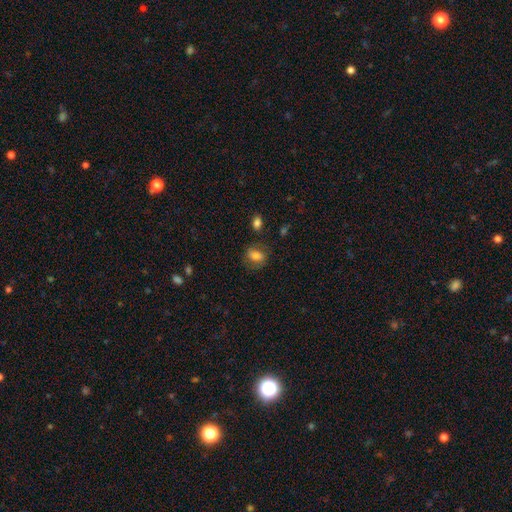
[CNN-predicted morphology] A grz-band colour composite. It shows a smooth galaxy with no disk features (74%) that is in between round and cigar-shaped (71%). Merging: none (71%).